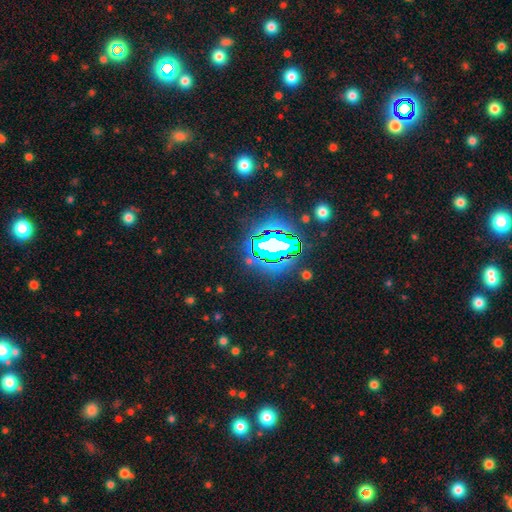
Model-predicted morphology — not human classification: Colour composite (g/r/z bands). It shows a star or artifact, not a galaxy (82%).